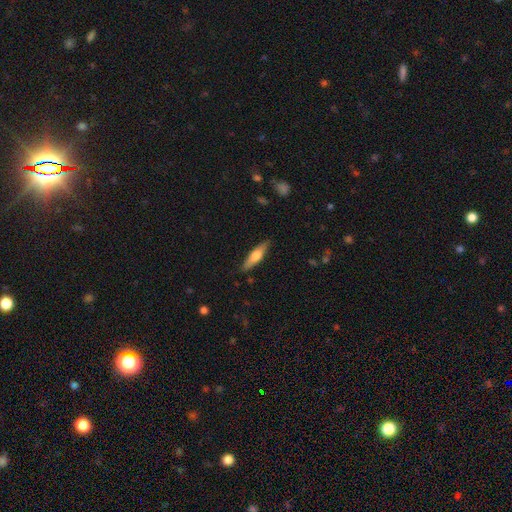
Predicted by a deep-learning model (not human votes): Q: Smooth or featured?
A: smooth (51%); runner-up: featured or disk (43%)
Q: How rounded?
A: cigar-shaped (73%); runner-up: in between (25%)
Q: Merging?
A: none (87%); runner-up: minor disturbance (10%)